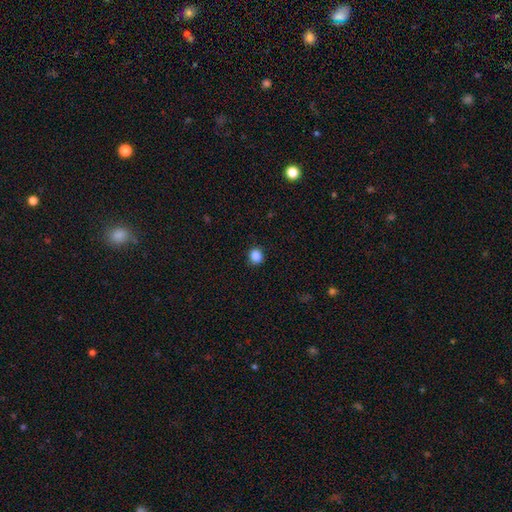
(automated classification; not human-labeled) smooth 86%, star or artifact 11%, featured or disk 3%. Down the decision tree: how rounded — round (82%); merging — none (88%).